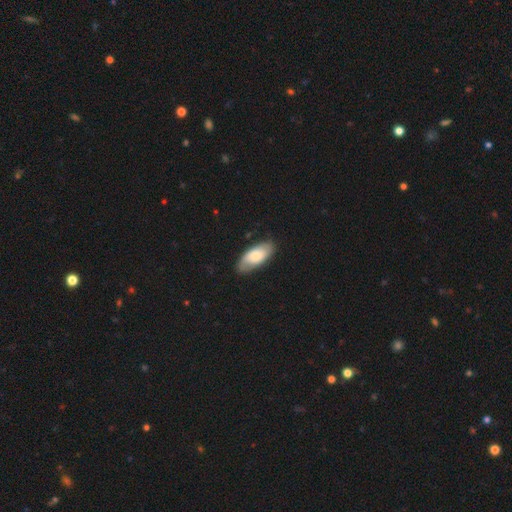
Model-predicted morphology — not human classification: A smooth galaxy with no disk features (62%) that is in between round and cigar-shaped (88%). Merging: none (76%).